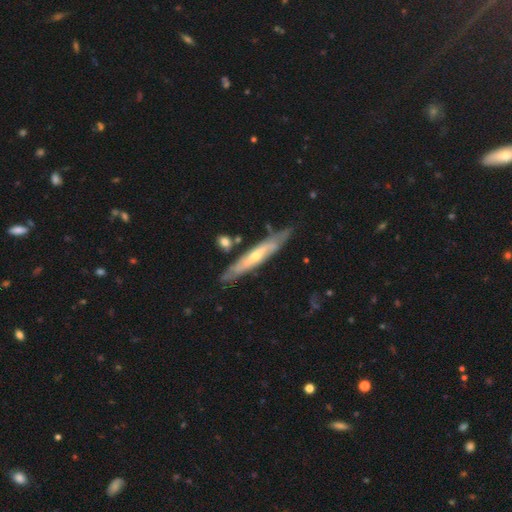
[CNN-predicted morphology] Smooth or featured? Predicted: featured or disk (p=0.70). Edge-on disk? Predicted: yes (p=0.64). Merging? Predicted: none (p=0.77).